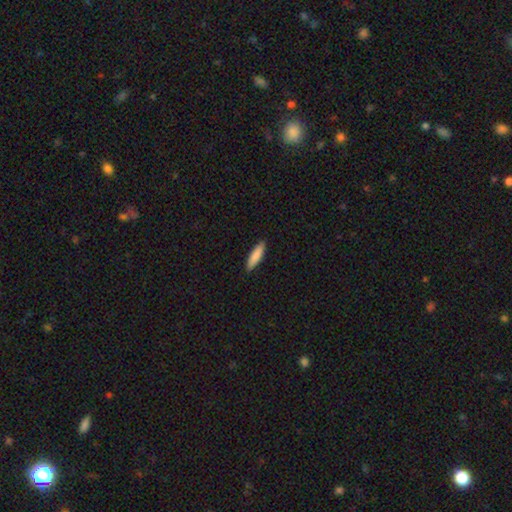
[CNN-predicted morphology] Smooth or featured? Predicted: smooth (p=0.84). How rounded? Predicted: cigar-shaped (p=0.74). Merging? Predicted: none (p=0.89).